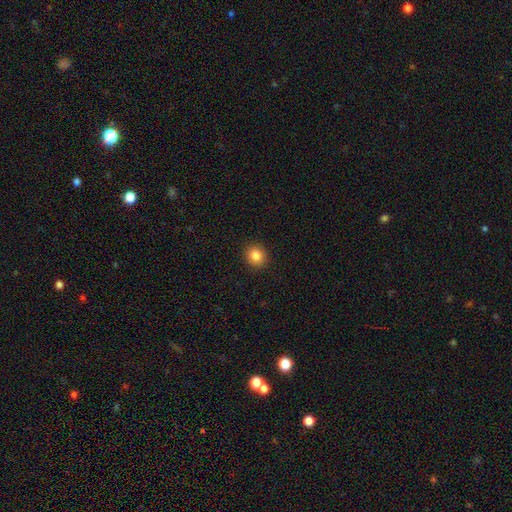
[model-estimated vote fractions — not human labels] The model was most divided on "how rounded": round: 84%, in between: 15%, cigar-shaped: 1%. More confident: merging — none (92%); smooth or featured — smooth (85%).